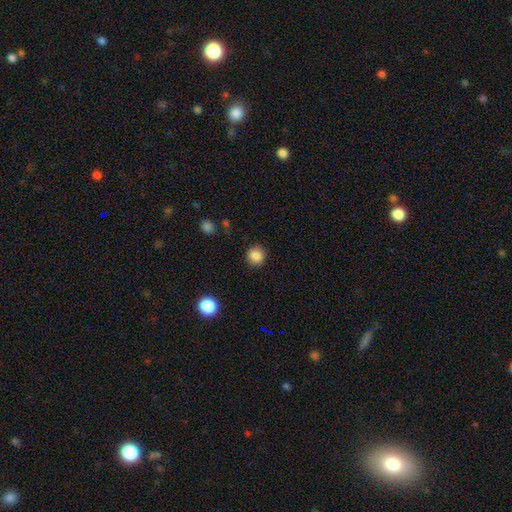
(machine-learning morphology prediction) A smooth galaxy with no disk features (86%) that is round (91%).

Vote fractions:
- Smooth or featured? smooth: 86% / star or artifact: 10% / featured or disk: 4%
- How rounded? round: 91% / in between: 8% / cigar-shaped: 1%
- Merging? none: 90% / minor disturbance: 7% / major disturbance: 2% / merger: 1%